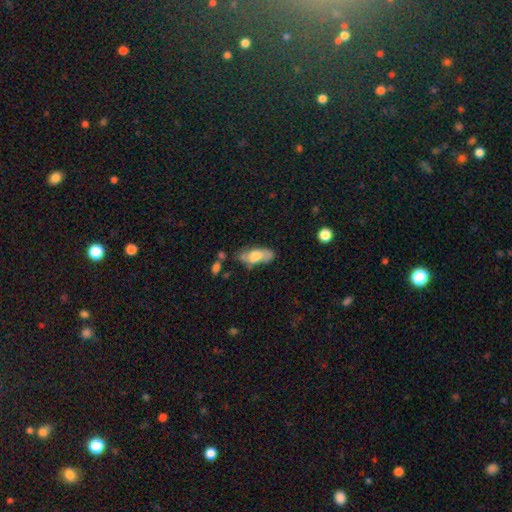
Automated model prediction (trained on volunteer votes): A smooth galaxy with no disk features (61%) that is in between round and cigar-shaped (80%). Merging: none (48%).